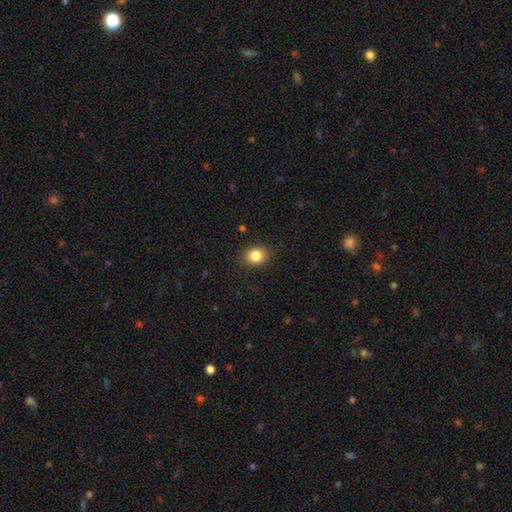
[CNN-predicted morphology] This appears to be a smooth galaxy with no disk features (84%) that is round (66%). Merging: none (88%).